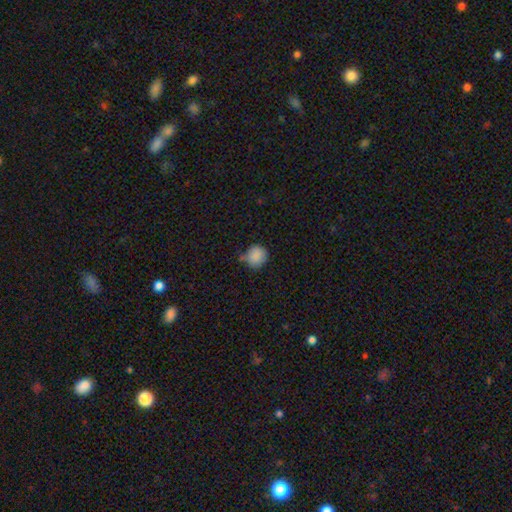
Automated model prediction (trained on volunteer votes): smooth 87%, star or artifact 9%, featured or disk 4%. Down the decision tree: how rounded — round (87%); merging — none (60%).